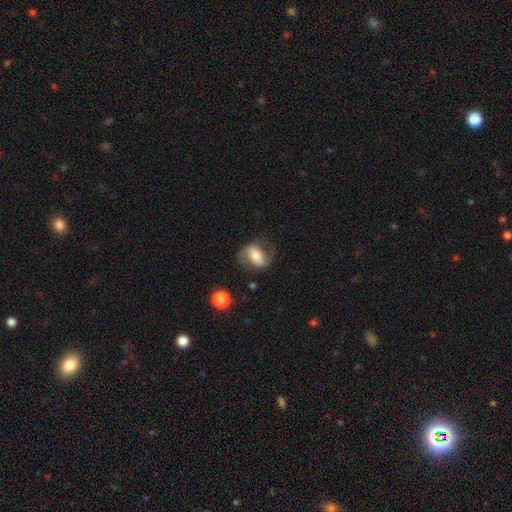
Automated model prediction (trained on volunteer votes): This appears to be a featured or disk galaxy (59%) with a strong bar (41%), spiral arms (82%) and a moderate central bulge (58%). Merging: none (69%).